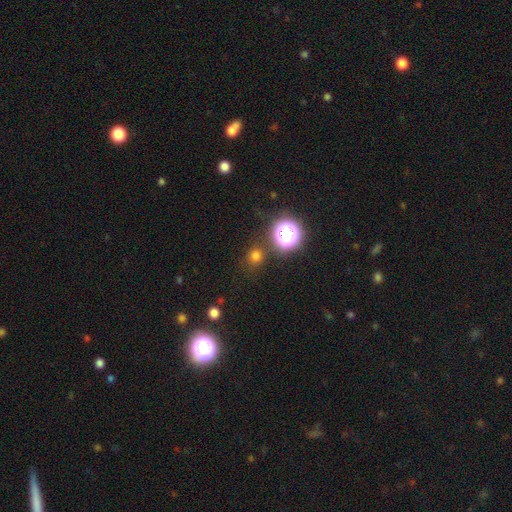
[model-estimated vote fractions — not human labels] Q: Smooth or featured?
A: smooth (71%); runner-up: star or artifact (23%)
Q: How rounded?
A: round (87%); runner-up: in between (12%)
Q: Merging?
A: none (83%); runner-up: minor disturbance (9%)